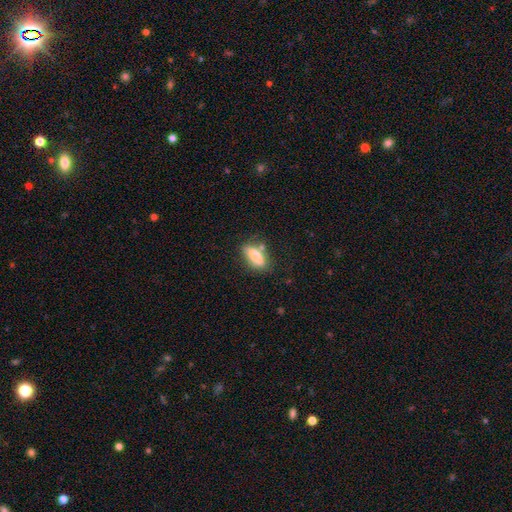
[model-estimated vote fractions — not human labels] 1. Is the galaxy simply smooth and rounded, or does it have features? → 76% smooth, 17% featured or disk, 7% star or artifact.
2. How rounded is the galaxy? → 74% in between, 22% cigar-shaped, 4% round.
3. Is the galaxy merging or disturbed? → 69% none, 18% minor disturbance, 9% merger, 5% major disturbance.